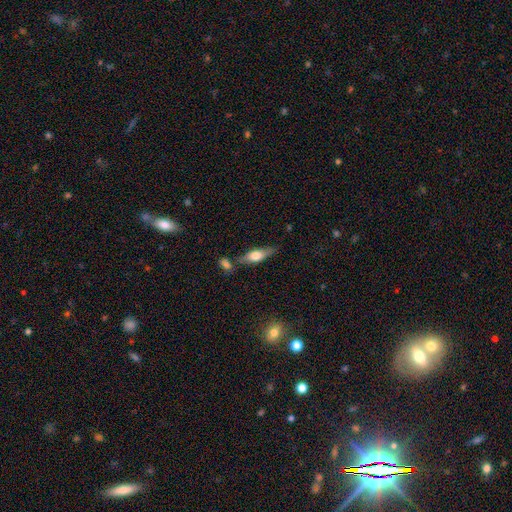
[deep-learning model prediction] Overall: smooth (54%; featured or disk 39%). How rounded: in between (53%; cigar-shaped 44%). Merging: none (66%).